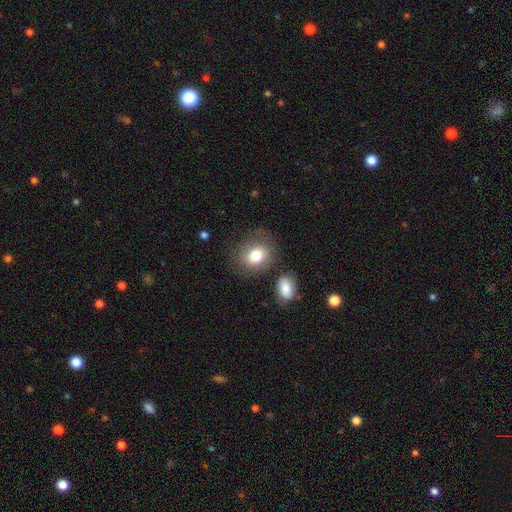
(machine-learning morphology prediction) A smooth galaxy with no disk features (78%) that is round (55%). Merging: none (70%).